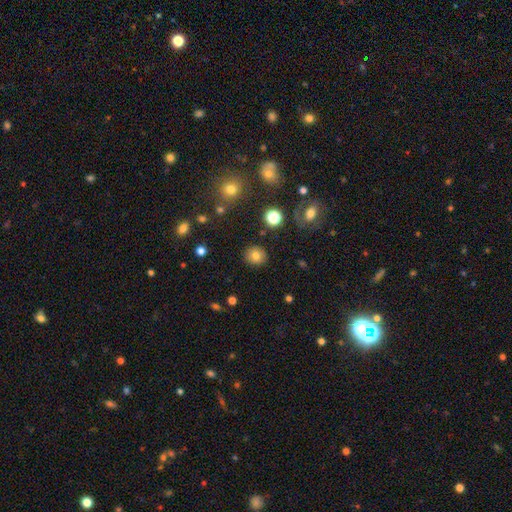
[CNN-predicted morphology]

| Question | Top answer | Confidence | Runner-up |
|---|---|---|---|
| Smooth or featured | smooth | 78% | star or artifact (13%) |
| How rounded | round | 89% | in between (10%) |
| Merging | none | 89% | minor disturbance (7%) |